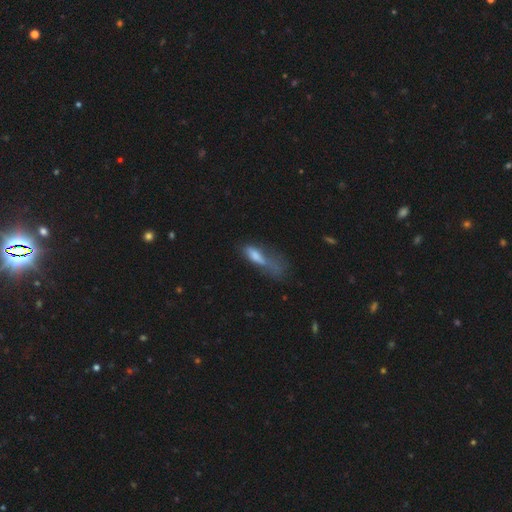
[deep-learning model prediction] Overall: smooth (63%; featured or disk 25%). How rounded: cigar-shaped (51%; in between 46%). Merging: major disturbance (50%; minor disturbance 21%).